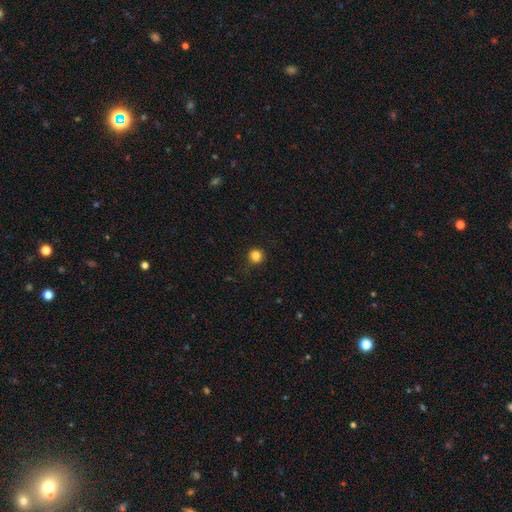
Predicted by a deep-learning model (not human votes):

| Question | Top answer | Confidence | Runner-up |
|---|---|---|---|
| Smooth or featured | smooth | 84% | star or artifact (12%) |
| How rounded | round | 94% | in between (5%) |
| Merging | none | 87% | minor disturbance (10%) |